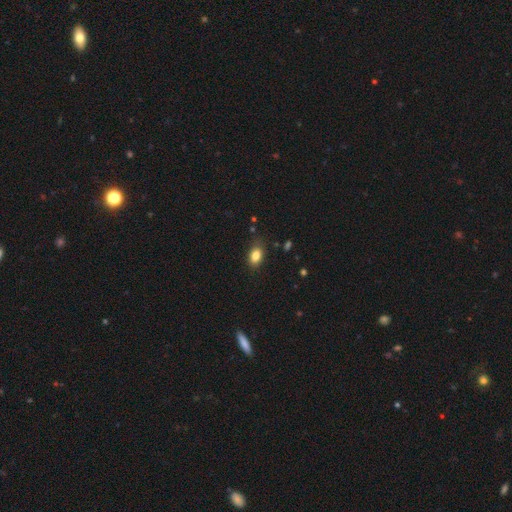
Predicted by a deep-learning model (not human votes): Smooth or featured: smooth — 84% (star or artifact — 9%)
How rounded: in between — 84% (round — 14%)
Merging: none — 81% (minor disturbance — 14%)